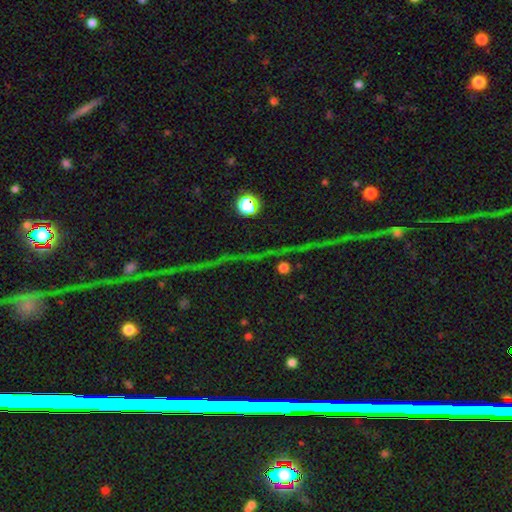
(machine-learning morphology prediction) Smooth or featured: star or artifact — 73% (featured or disk — 17%)